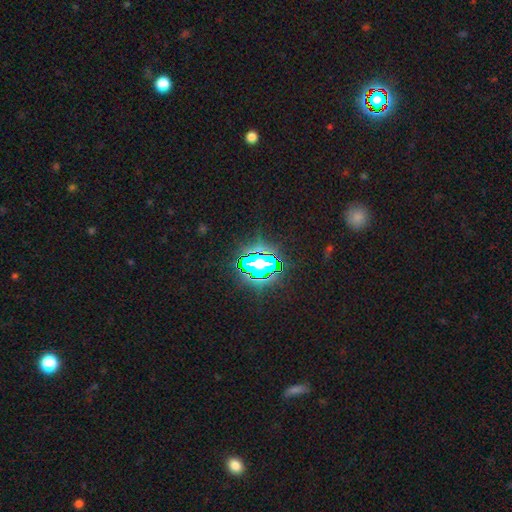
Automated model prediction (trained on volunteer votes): Smooth or featured? star or artifact (78%)